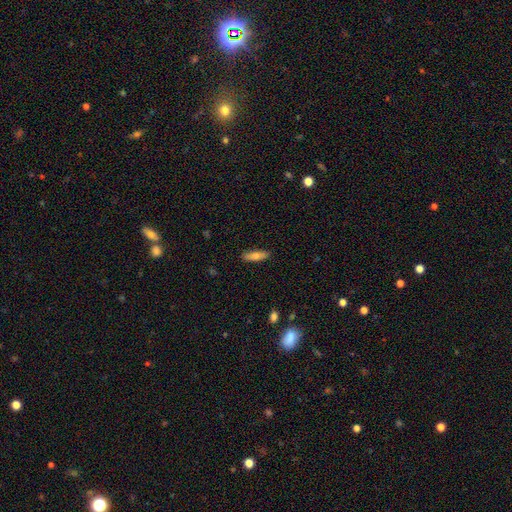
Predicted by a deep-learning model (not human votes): smooth-or-featured: smooth: 70% | featured or disk: 24% | star or artifact: 7%
  how-rounded: cigar-shaped: 62% | in between: 36% | round: 2%
  merging: none: 87% | minor disturbance: 10% | major disturbance: 2% | merger: 1%